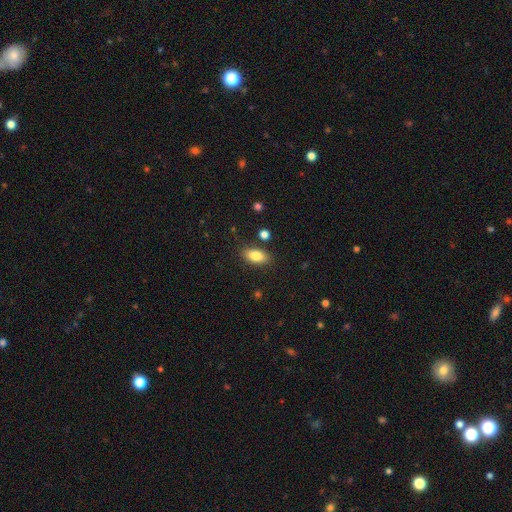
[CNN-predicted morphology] smooth-or-featured: smooth: 83% | featured or disk: 9% | star or artifact: 8%
  how-rounded: in between: 89% | cigar-shaped: 6% | round: 5%
  merging: none: 82% | minor disturbance: 12% | merger: 4% | major disturbance: 3%